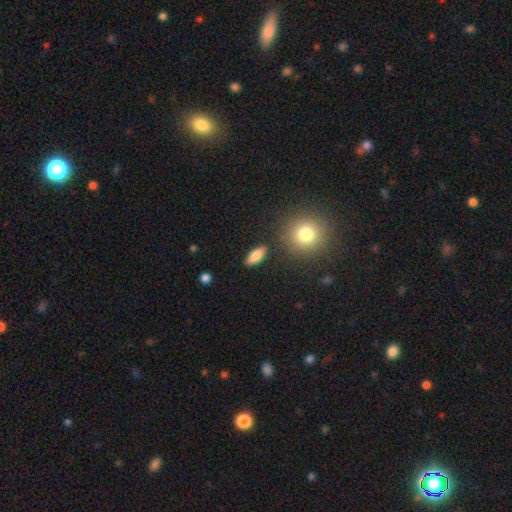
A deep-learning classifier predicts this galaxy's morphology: A smooth galaxy with no disk features (79%) that is in between round and cigar-shaped (77%).

Vote fractions:
- Smooth or featured? smooth: 79% / featured or disk: 13% / star or artifact: 7%
- How rounded? in between: 77% / cigar-shaped: 18% / round: 4%
- Merging? none: 87% / minor disturbance: 8% / major disturbance: 3% / merger: 3%